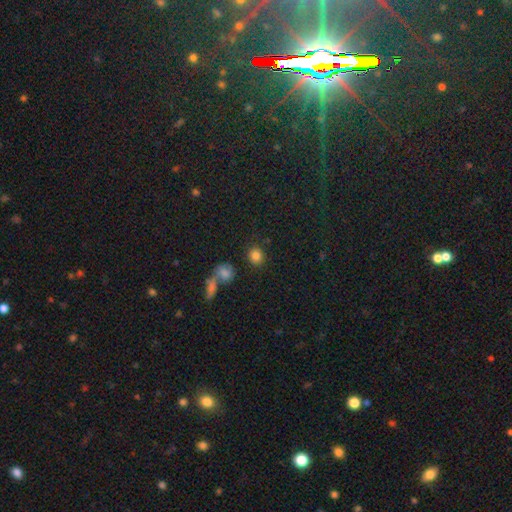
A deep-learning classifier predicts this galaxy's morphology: smooth_or_featured: smooth (p=0.83) [alt: star or artifact p=0.11]
how_rounded: round (p=0.79) [alt: in between p=0.20]
merging: none (p=0.80) [alt: minor disturbance p=0.09]